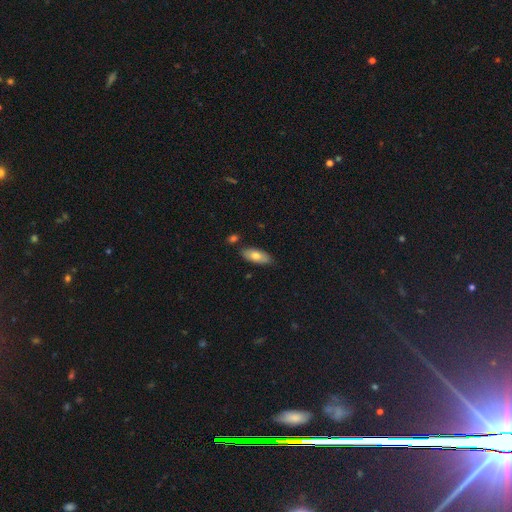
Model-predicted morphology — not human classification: This appears to be a smooth galaxy with no disk features (73%) that is in between round and cigar-shaped (83%). Merging: none (81%).